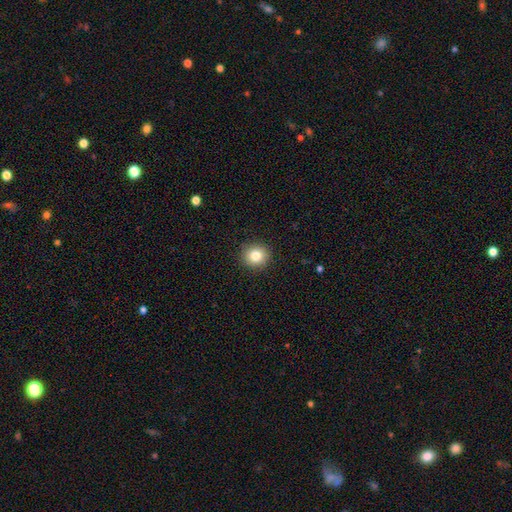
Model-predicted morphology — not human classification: Smooth or featured? smooth (82%)
How rounded? round (88%)
Merging? none (91%)